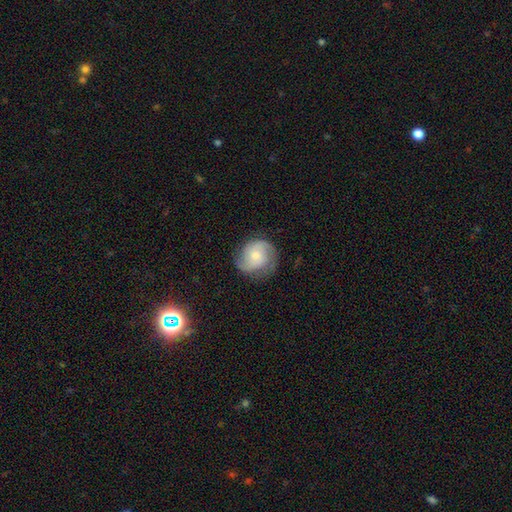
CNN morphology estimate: Q: Smooth or featured?
A: featured or disk (64%); runner-up: smooth (29%)
Q: Edge-on disk?
A: no (98%); runner-up: yes (2%)
Q: Bar?
A: no (70%); runner-up: weak (26%)
Q: Spiral arms?
A: yes (93%); runner-up: no (7%)
Q: Spiral winding?
A: medium (44%); runner-up: tight (38%)
Q: Spiral arm count?
A: 2 (57%); runner-up: 3 (17%)
Q: Bulge size?
A: moderate (48%); runner-up: small (38%)
Q: Merging?
A: none (71%); runner-up: minor disturbance (20%)